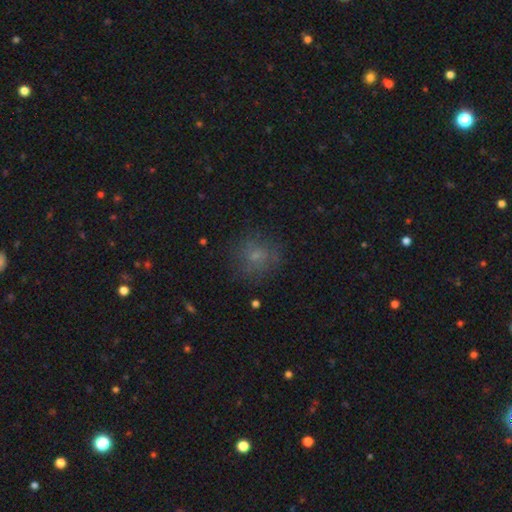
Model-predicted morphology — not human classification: smooth 64%, star or artifact 19%, featured or disk 18%. Down the decision tree: how rounded — round (82%); merging — none (72%).